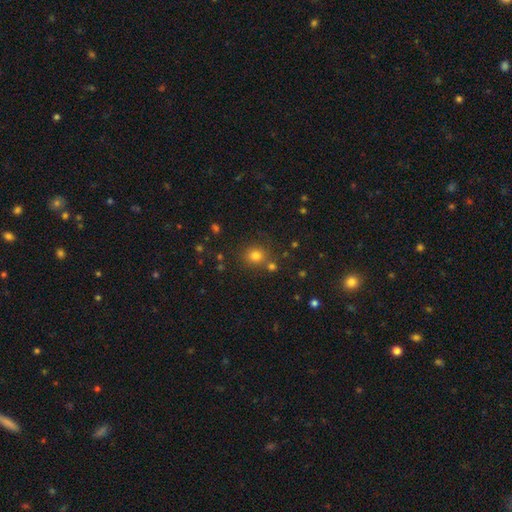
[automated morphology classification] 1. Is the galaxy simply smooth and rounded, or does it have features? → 77% smooth, 16% star or artifact, 7% featured or disk.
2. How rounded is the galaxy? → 83% round, 16% in between, 1% cigar-shaped.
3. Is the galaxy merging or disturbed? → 74% none, 14% merger, 9% minor disturbance, 4% major disturbance.